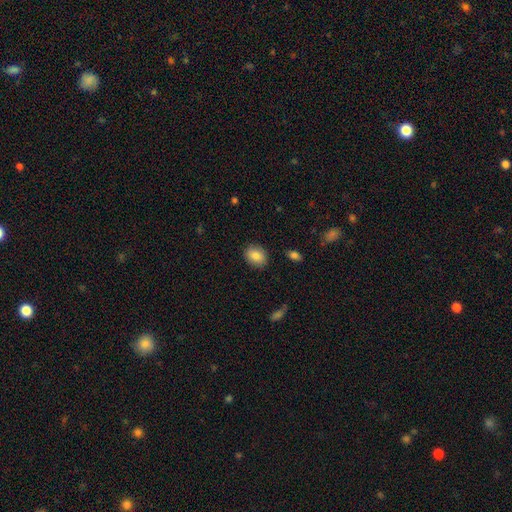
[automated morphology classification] Smooth or featured: smooth — 86% (star or artifact — 8%)
How rounded: in between — 57% (round — 42%)
Merging: none — 88% (minor disturbance — 8%)